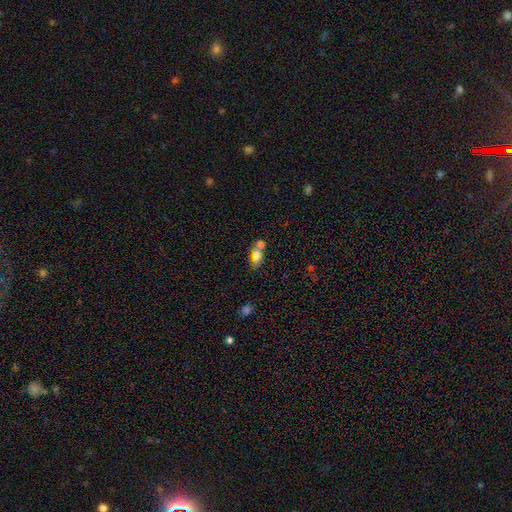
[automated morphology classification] Overall: smooth (62%; featured or disk 27%). How rounded: in between (73%). Merging: none (49%; merger 35%).